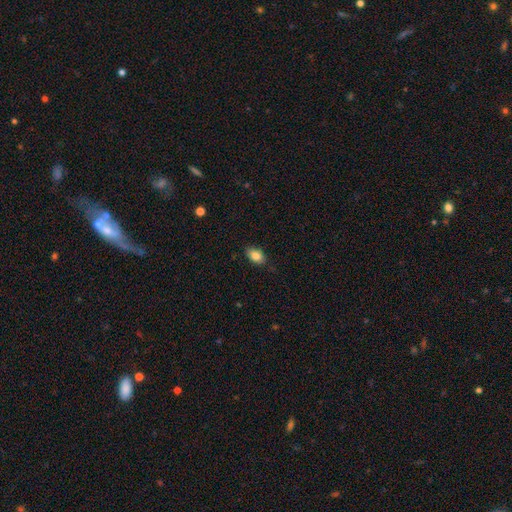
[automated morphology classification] smooth-or-featured: smooth: 85% | star or artifact: 8% | featured or disk: 6%
  how-rounded: in between: 85% | round: 13% | cigar-shaped: 2%
  merging: none: 83% | minor disturbance: 14% | major disturbance: 2% | merger: 1%